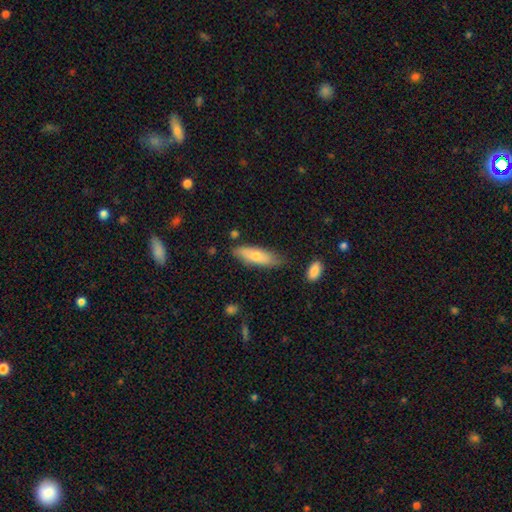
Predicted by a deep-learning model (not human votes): smooth_or_featured: smooth (p=0.70) [alt: featured or disk p=0.24]
how_rounded: cigar-shaped (p=0.55) [alt: in between p=0.44]
merging: none (p=0.77) [alt: minor disturbance p=0.18]